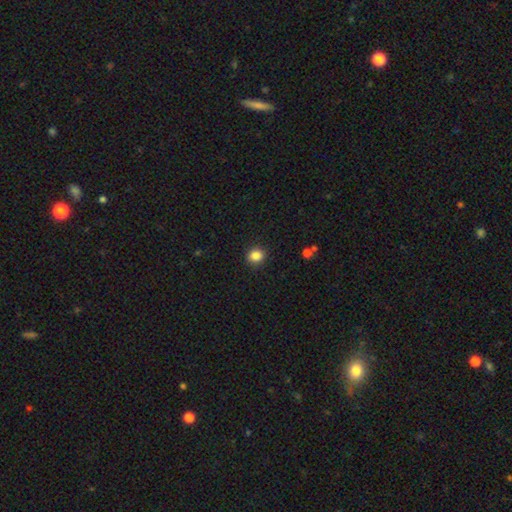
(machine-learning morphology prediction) smooth-or-featured: smooth: 86% | star or artifact: 11% | featured or disk: 4%
  how-rounded: round: 77% | in between: 22% | cigar-shaped: 1%
  merging: none: 90% | minor disturbance: 7% | major disturbance: 2% | merger: 1%